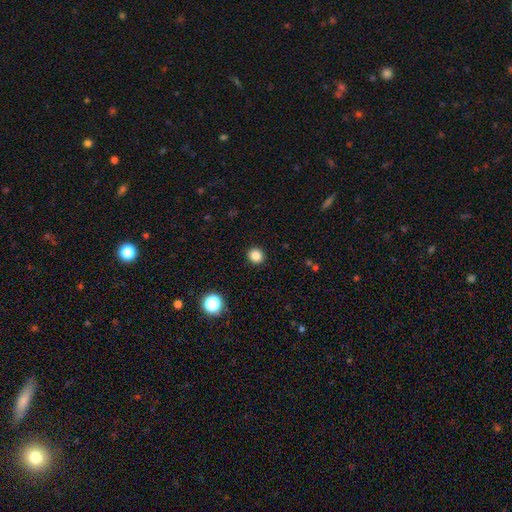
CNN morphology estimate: The model was most divided on "smooth or featured": smooth: 84%, star or artifact: 12%, featured or disk: 4%. More confident: merging — none (93%); how rounded — round (91%).